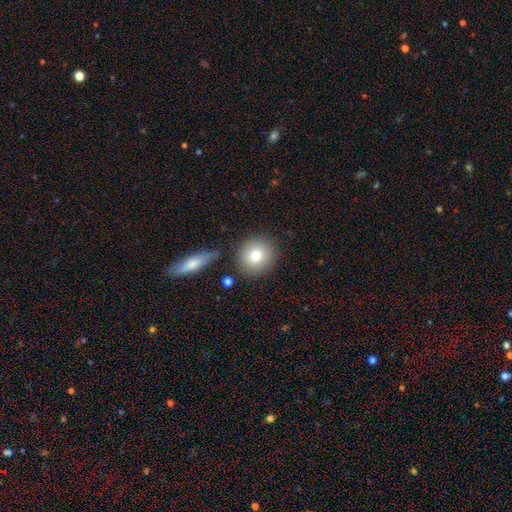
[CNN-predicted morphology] smooth-or-featured: smooth: 78% | featured or disk: 13% | star or artifact: 9%
  how-rounded: round: 89% | in between: 10% | cigar-shaped: 1%
  merging: none: 81% | minor disturbance: 10% | merger: 6% | major disturbance: 3%